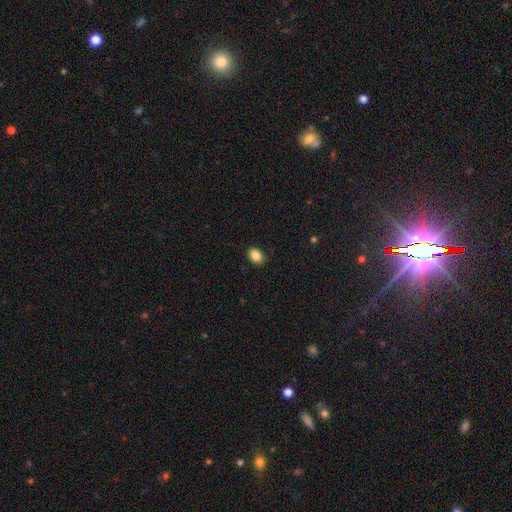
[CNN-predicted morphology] smooth-or-featured: smooth: 87% | star or artifact: 9% | featured or disk: 4%
  how-rounded: in between: 69% | round: 30% | cigar-shaped: 1%
  merging: none: 87% | minor disturbance: 9% | major disturbance: 2% | merger: 1%